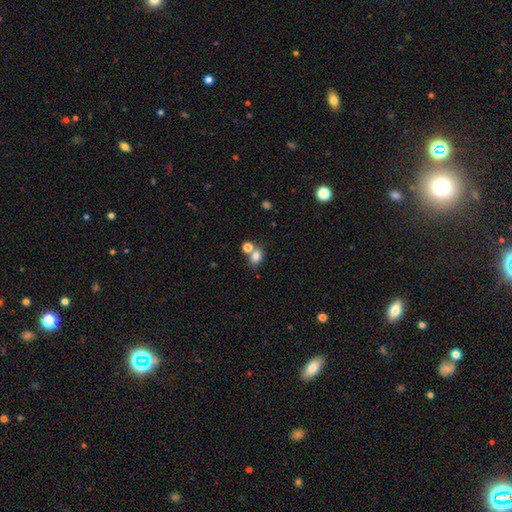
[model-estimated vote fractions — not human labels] Q: Smooth or featured?
A: smooth (79%); runner-up: star or artifact (12%)
Q: How rounded?
A: in between (61%); runner-up: round (38%)
Q: Merging?
A: none (53%); runner-up: merger (32%)